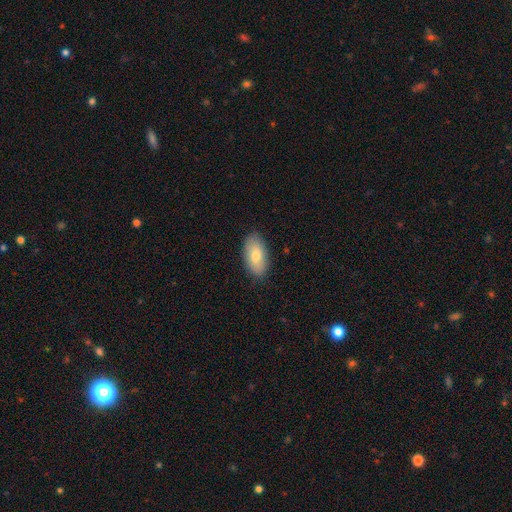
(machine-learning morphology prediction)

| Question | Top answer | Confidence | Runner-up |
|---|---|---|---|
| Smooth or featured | smooth | 77% | featured or disk (17%) |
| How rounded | in between | 93% | cigar-shaped (4%) |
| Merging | none | 86% | minor disturbance (11%) |